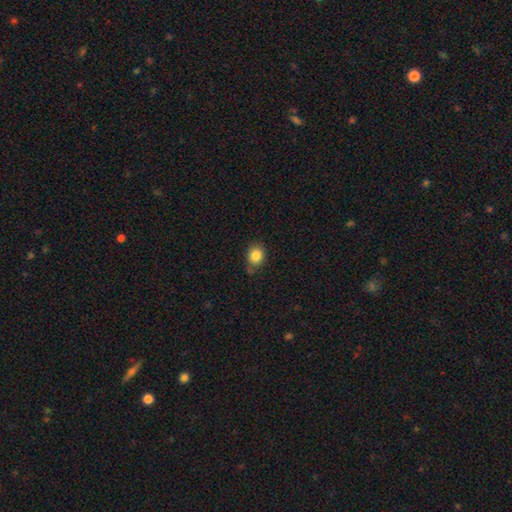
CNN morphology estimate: smooth 85%, star or artifact 10%, featured or disk 6%. Down the decision tree: how rounded — round (66%); merging — none (74%).